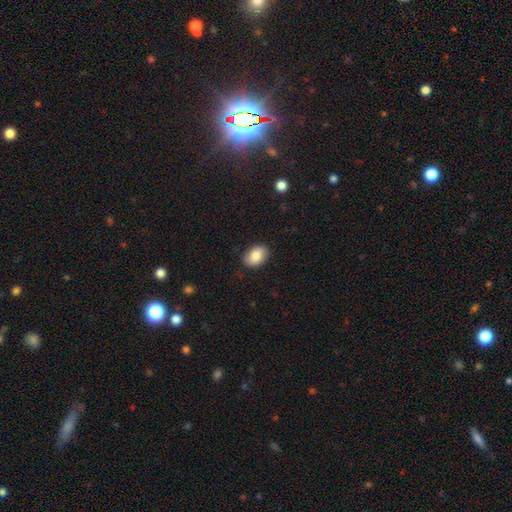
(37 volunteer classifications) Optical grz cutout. It shows a smooth galaxy with no disk features (81%) that is in between round and cigar-shaped (73%). Merging: none (84%).